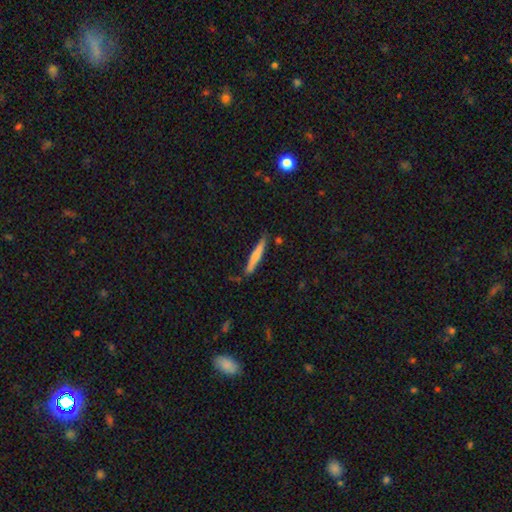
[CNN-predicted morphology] Q: Smooth or featured?
A: smooth (63%); runner-up: featured or disk (32%)
Q: How rounded?
A: cigar-shaped (94%); runner-up: in between (5%)
Q: Merging?
A: none (79%); runner-up: minor disturbance (15%)